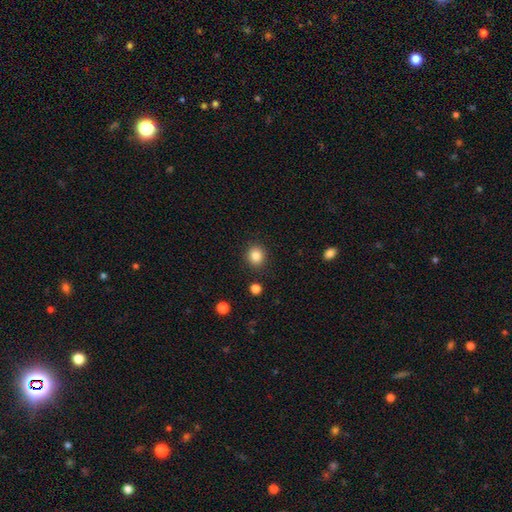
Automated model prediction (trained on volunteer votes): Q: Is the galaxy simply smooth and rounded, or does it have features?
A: smooth — 86%.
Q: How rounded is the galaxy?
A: round — 86%.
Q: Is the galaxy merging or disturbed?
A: none — 89%.